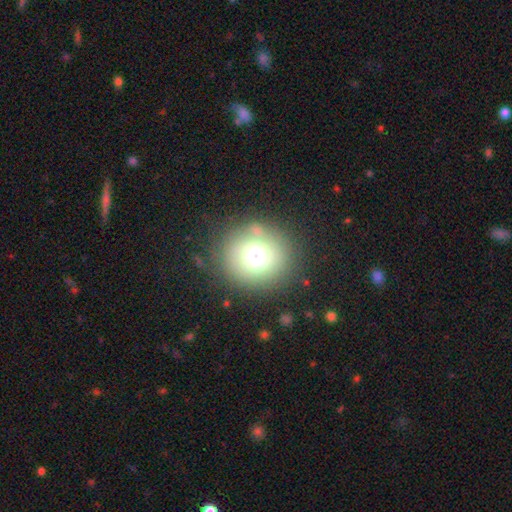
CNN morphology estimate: A smooth galaxy with no disk features (68%) that is round (91%).

Vote fractions:
- Smooth or featured? smooth: 68% / star or artifact: 18% / featured or disk: 13%
- How rounded? round: 91% / in between: 8% / cigar-shaped: 1%
- Merging? none: 81% / minor disturbance: 10% / major disturbance: 6% / merger: 3%